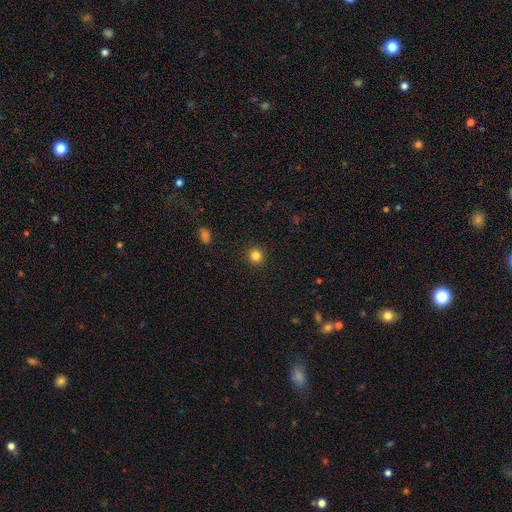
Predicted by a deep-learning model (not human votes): Smooth or featured?
  - smooth: 83% *
  - star or artifact: 12%
  - featured or disk: 5%
How rounded?
  - round: 93% *
  - in between: 6%
  - cigar-shaped: 1%
Merging?
  - none: 92% *
  - minor disturbance: 5%
  - major disturbance: 2%
  - merger: 1%